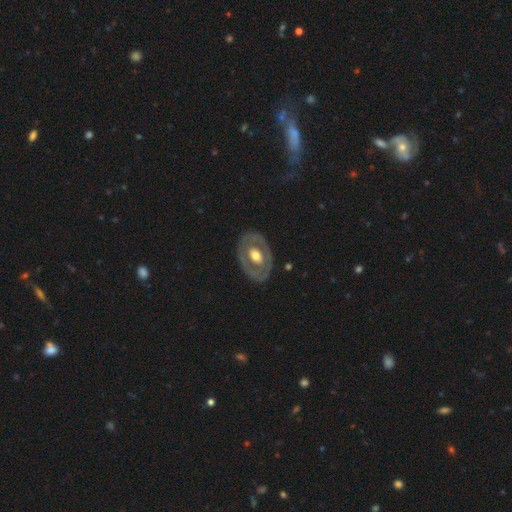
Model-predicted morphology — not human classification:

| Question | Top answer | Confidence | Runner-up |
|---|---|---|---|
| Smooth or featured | featured or disk | 62% | smooth (33%) |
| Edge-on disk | no | 92% | yes (8%) |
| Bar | no | 71% | weak (20%) |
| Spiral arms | no | 81% | yes (19%) |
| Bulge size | moderate | 63% | large (28%) |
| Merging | none | 80% | minor disturbance (14%) |